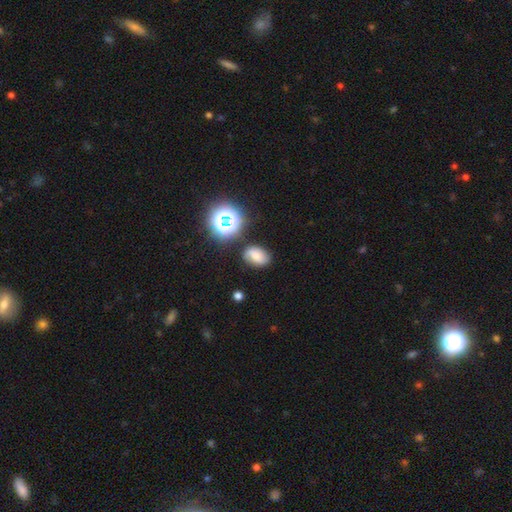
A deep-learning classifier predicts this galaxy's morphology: Smooth or featured? smooth (55%)
How rounded? in between (73%)
Merging? none (73%)